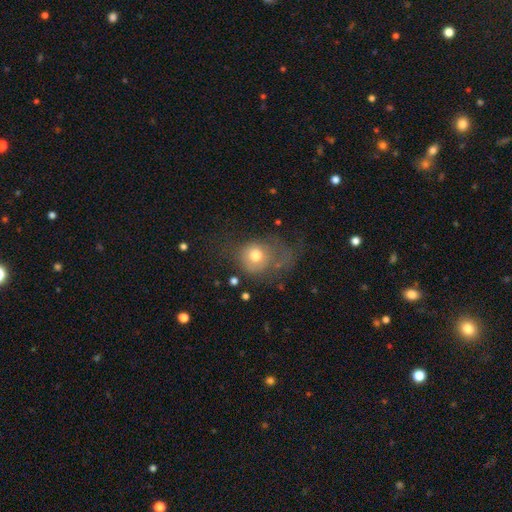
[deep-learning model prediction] Smooth or featured?
  - smooth: 67% *
  - featured or disk: 22%
  - star or artifact: 11%
How rounded?
  - round: 73% *
  - in between: 26%
  - cigar-shaped: 1%
Merging?
  - major disturbance: 45% *
  - none: 29%
  - minor disturbance: 22%
  - merger: 3%